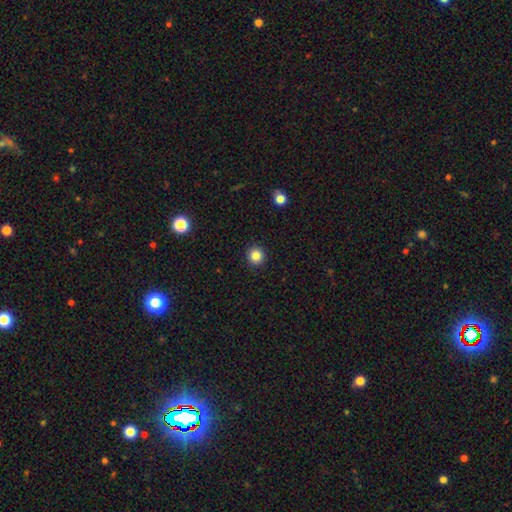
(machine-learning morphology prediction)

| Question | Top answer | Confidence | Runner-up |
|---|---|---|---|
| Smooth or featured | smooth | 85% | star or artifact (11%) |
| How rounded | round | 93% | in between (7%) |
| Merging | none | 93% | minor disturbance (5%) |